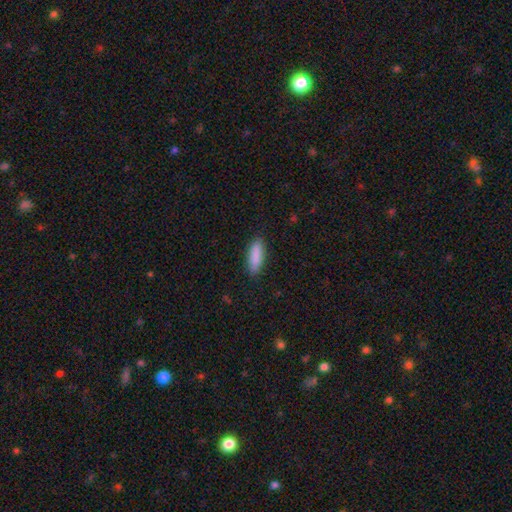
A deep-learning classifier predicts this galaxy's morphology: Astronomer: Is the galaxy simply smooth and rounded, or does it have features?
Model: smooth — 89%.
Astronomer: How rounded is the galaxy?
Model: in between — 59% (runner-up: cigar-shaped, 39%).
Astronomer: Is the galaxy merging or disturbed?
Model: none — 88%.